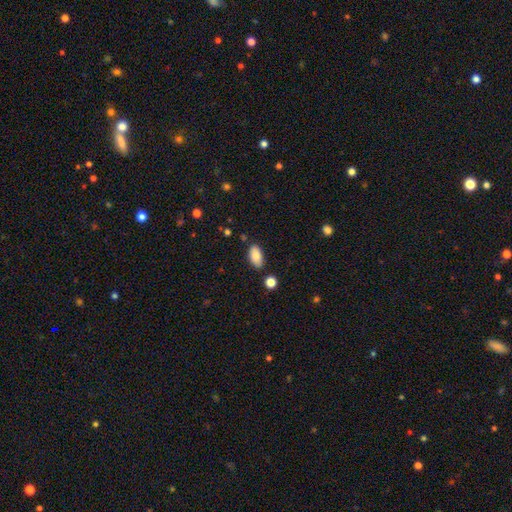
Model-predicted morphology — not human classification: Smooth or featured: smooth — 85% (featured or disk — 8%)
How rounded: in between — 93% (cigar-shaped — 4%)
Merging: none — 84% (minor disturbance — 11%)